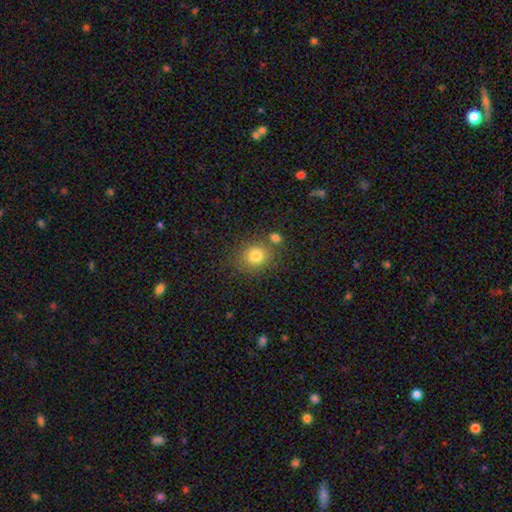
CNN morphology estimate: The model was most divided on "how rounded": round: 77%, in between: 22%, cigar-shaped: 1%. More confident: smooth or featured — smooth (80%); merging — none (72%).